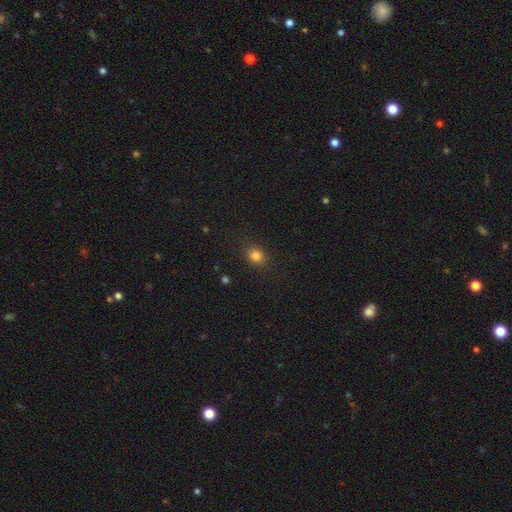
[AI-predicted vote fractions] This is clearly a smooth galaxy (82%). How rounded: likely round (72%). Merging: clearly none (87%).